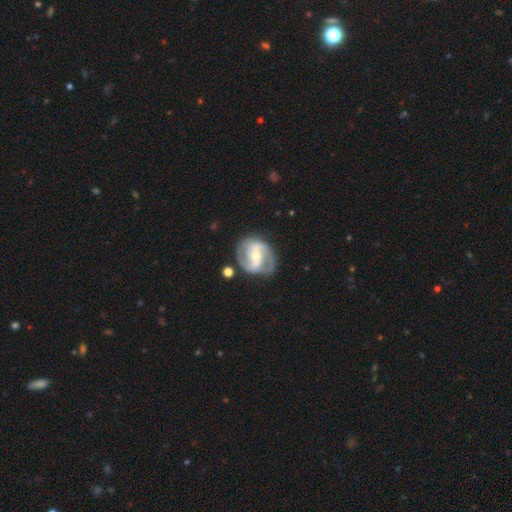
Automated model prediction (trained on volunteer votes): This is clearly a featured or disk galaxy (87%). It is clearly not viewed edge-on (98%). Bar: marginally weak (40%). Spiral arm pattern: clearly yes (96%). Spiral arm count: clearly 2 (83%). Spiral winding: possibly medium (52%). Central bulge: possibly moderate (55%). Merging: likely none (76%).